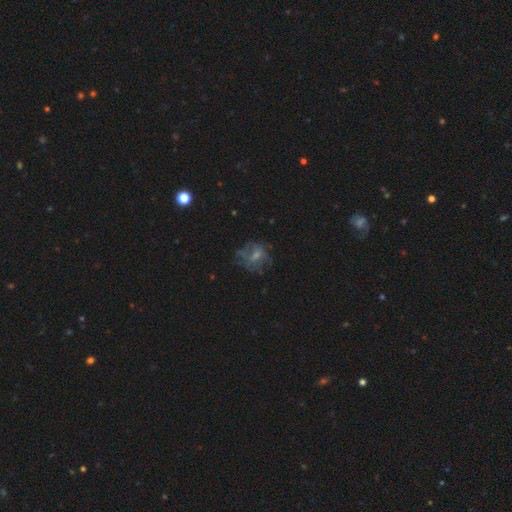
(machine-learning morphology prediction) A featured or disk galaxy (45%).

Vote fractions:
- Smooth or featured? featured or disk: 45% / smooth: 31% / star or artifact: 25%
- Merging? none: 64% / minor disturbance: 18% / major disturbance: 16% / merger: 2%